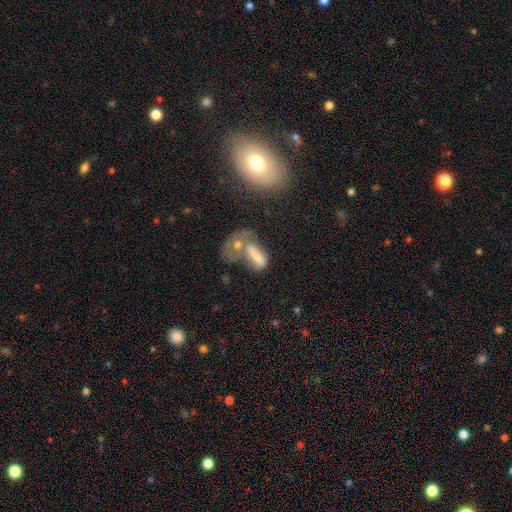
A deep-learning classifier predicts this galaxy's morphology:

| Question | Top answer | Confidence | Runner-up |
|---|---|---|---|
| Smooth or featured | smooth | 66% | featured or disk (22%) |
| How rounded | in between | 72% | cigar-shaped (21%) |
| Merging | merger | 56% | major disturbance (17%) |